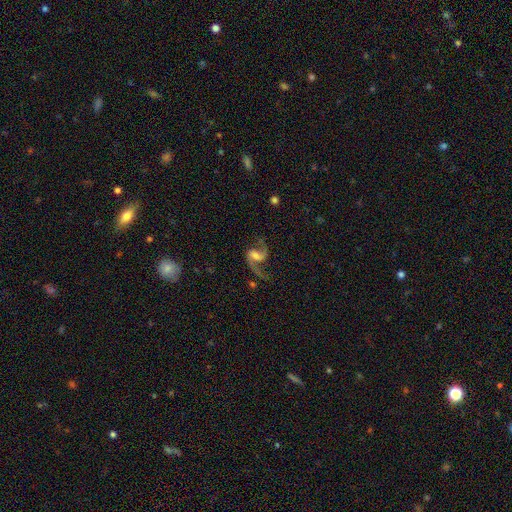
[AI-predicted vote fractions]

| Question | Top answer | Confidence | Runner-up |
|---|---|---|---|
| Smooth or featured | featured or disk | 86% | smooth (7%) |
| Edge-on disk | no | 98% | yes (2%) |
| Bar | weak | 49% | no (32%) |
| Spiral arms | yes | 96% | no (4%) |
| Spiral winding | loose | 64% | medium (31%) |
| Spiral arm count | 2 | 89% | 1 (7%) |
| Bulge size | moderate | 41% | small (28%) |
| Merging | none | 63% | major disturbance (19%) |